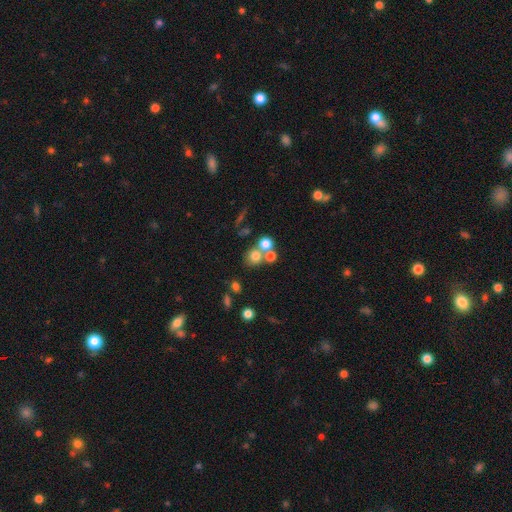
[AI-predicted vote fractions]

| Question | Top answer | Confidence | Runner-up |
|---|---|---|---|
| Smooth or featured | smooth | 70% | star or artifact (17%) |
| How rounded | round | 82% | in between (17%) |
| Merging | none | 49% | merger (38%) |